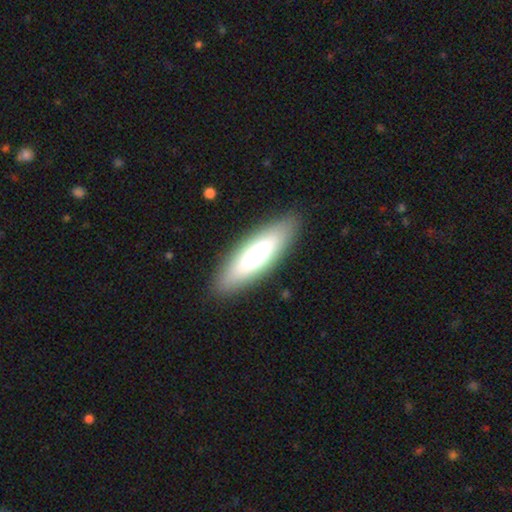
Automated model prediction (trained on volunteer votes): A smooth galaxy with no disk features (69%) that is cigar-shaped (49%, tied with in between). Merging: none (88%).